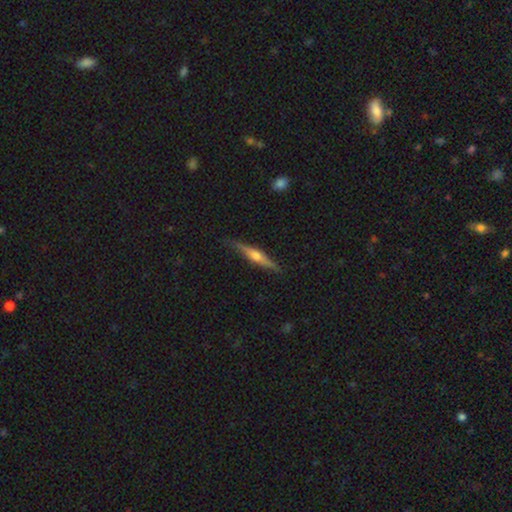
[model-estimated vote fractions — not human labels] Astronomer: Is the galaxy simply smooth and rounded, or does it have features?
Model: featured or disk — 62%.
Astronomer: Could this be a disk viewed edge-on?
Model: yes — 97%.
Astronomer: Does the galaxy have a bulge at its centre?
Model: rounded — 87%.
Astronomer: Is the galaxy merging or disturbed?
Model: none — 83%.